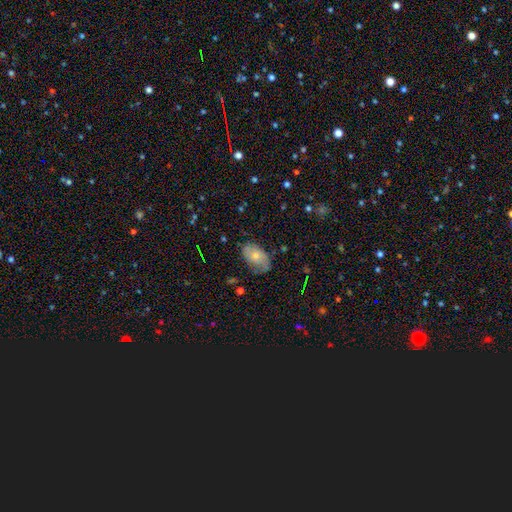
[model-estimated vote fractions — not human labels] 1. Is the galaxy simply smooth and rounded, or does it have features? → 58% smooth, 34% featured or disk, 8% star or artifact.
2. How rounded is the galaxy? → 90% in between, 9% round, 2% cigar-shaped.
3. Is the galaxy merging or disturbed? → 61% none, 28% minor disturbance, 10% major disturbance, 2% merger.